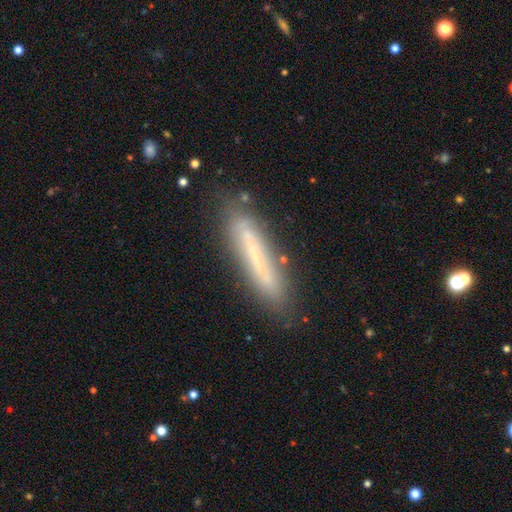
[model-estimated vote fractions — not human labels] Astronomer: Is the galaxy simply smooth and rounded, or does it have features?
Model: smooth — 49% (runner-up: featured or disk, 41%).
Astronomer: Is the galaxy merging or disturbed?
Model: none — 78%.